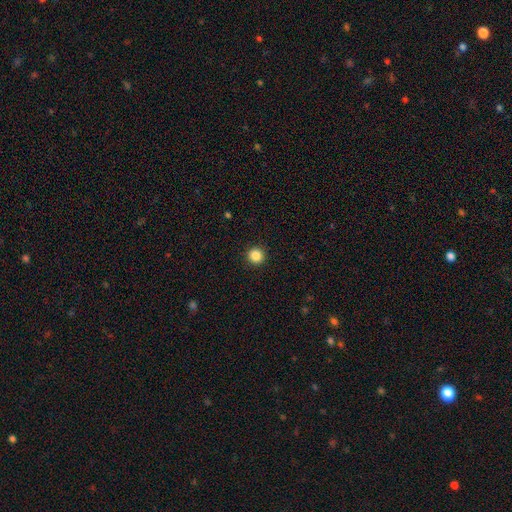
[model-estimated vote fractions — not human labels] Smooth or featured? Predicted: smooth (p=0.86). How rounded? Predicted: round (p=0.95). Merging? Predicted: none (p=0.93).